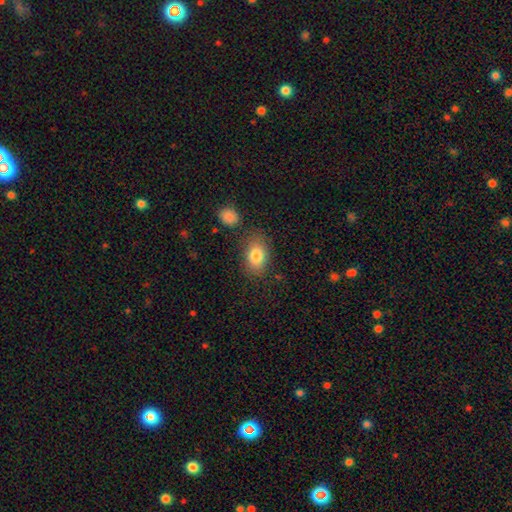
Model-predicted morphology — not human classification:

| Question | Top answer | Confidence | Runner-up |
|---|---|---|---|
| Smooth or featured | smooth | 82% | featured or disk (10%) |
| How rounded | in between | 82% | round (16%) |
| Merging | none | 77% | minor disturbance (14%) |